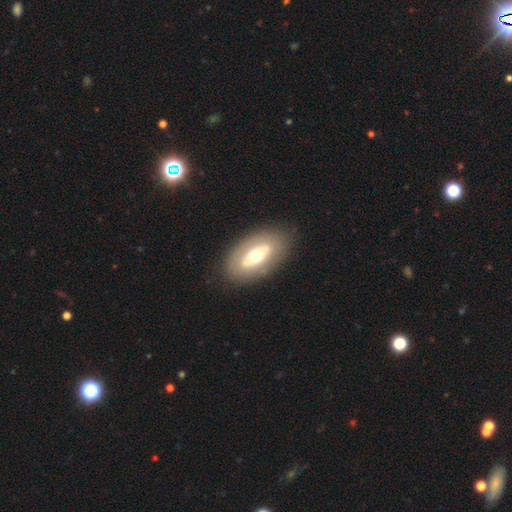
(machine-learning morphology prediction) Smooth or featured? Predicted: featured or disk (p=0.51). Edge-on disk? Predicted: no (p=0.85). Merging? Predicted: none (p=0.83).